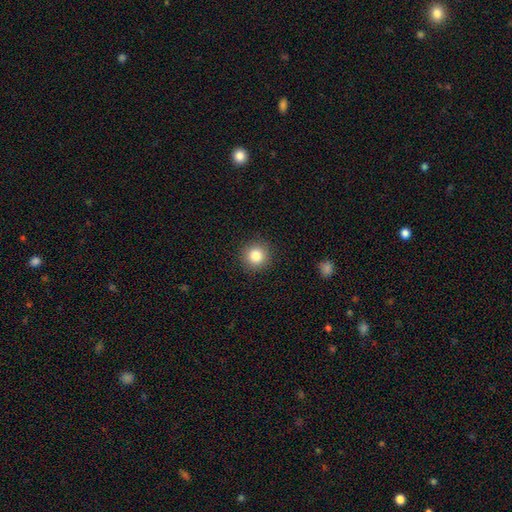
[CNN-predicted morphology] A smooth galaxy with no disk features (84%) that is round (94%).

Vote fractions:
- Smooth or featured? smooth: 84% / star or artifact: 11% / featured or disk: 6%
- How rounded? round: 94% / in between: 5% / cigar-shaped: 1%
- Merging? none: 92% / minor disturbance: 5% / major disturbance: 2% / merger: 1%